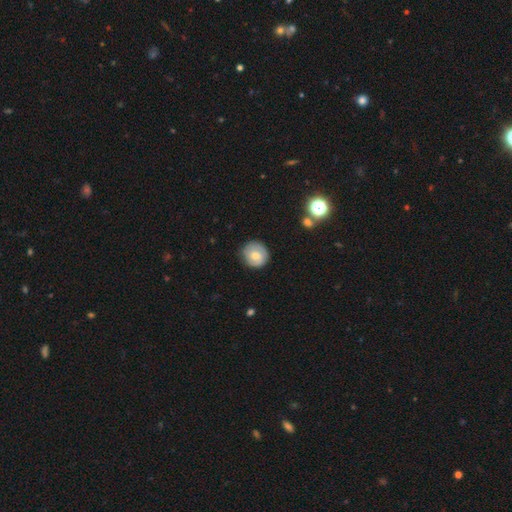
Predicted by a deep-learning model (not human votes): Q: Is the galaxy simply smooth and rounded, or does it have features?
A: smooth — 61%.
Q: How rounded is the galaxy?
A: round — 90%.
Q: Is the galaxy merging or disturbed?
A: none — 82%.